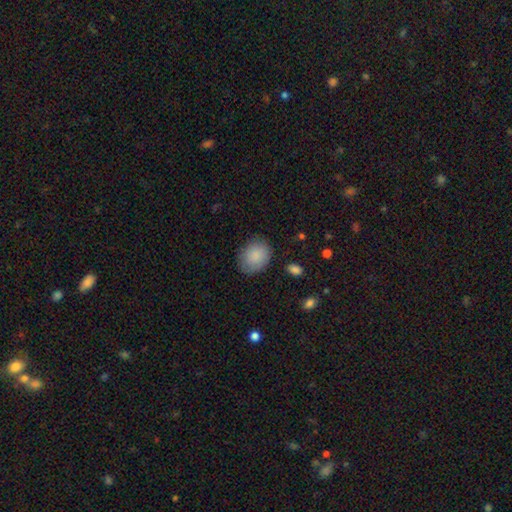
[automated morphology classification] A smooth galaxy with no disk features (88%) that is round (56%). Merging: none (80%).